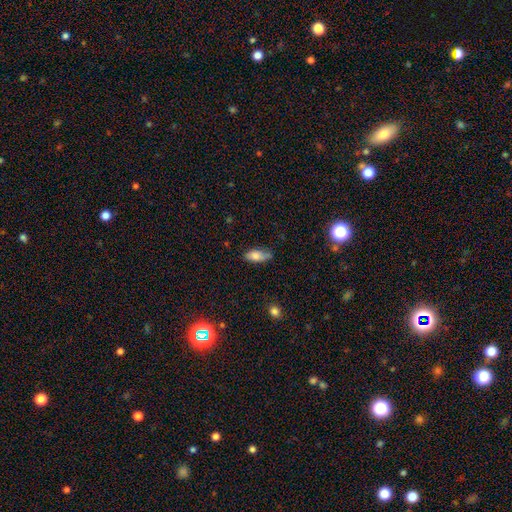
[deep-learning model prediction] Smooth or featured?
  - smooth: 79% *
  - featured or disk: 13%
  - star or artifact: 8%
How rounded?
  - in between: 83% *
  - cigar-shaped: 14%
  - round: 3%
Merging?
  - none: 61% *
  - minor disturbance: 30%
  - major disturbance: 6%
  - merger: 3%